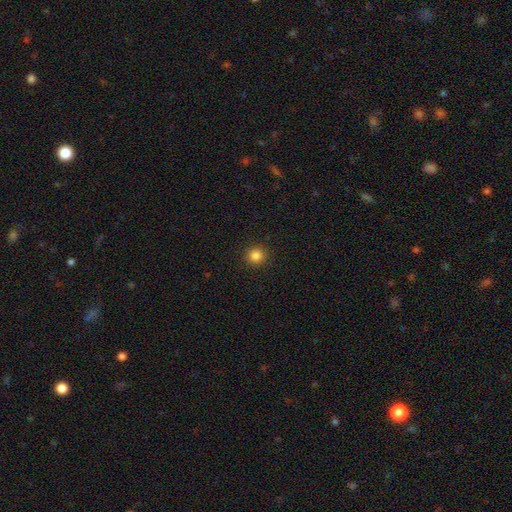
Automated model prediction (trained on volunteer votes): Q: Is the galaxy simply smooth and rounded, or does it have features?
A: smooth — 84%.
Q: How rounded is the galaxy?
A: round — 94%.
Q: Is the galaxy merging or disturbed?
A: none — 93%.